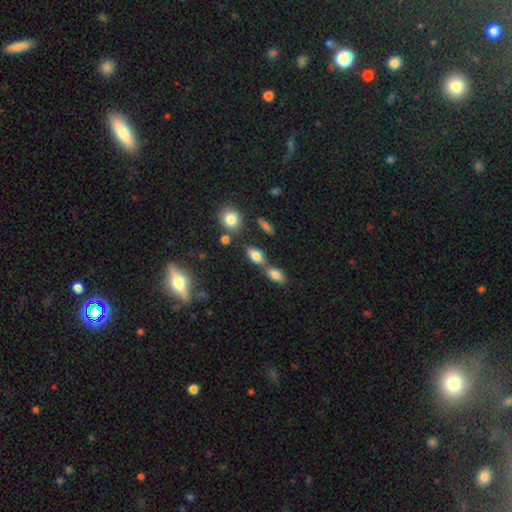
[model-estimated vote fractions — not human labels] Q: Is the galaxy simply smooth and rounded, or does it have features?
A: smooth — 73%.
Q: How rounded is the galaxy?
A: in between — 80%.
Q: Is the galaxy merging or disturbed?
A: none — 50%.